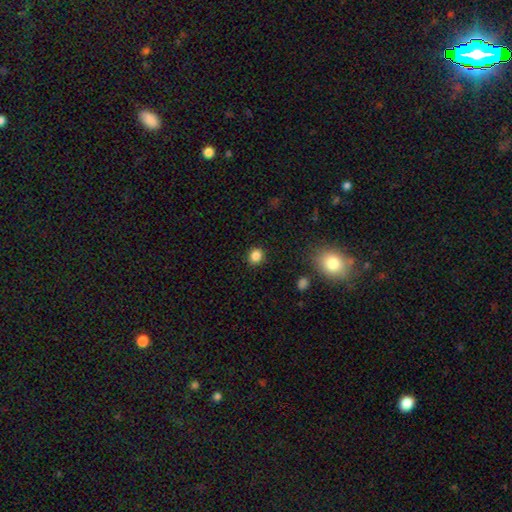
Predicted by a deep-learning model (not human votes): Overall: smooth (85%). How rounded: round (81%). Merging: none (90%).